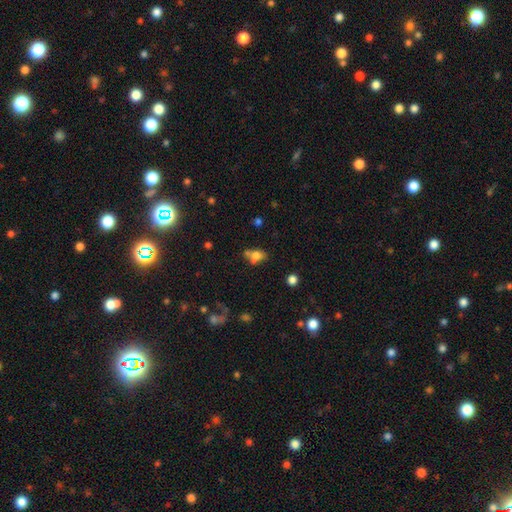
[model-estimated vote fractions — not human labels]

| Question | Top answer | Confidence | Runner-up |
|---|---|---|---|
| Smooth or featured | smooth | 68% | featured or disk (18%) |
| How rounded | in between | 68% | round (29%) |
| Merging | none | 42% | merger (30%) |